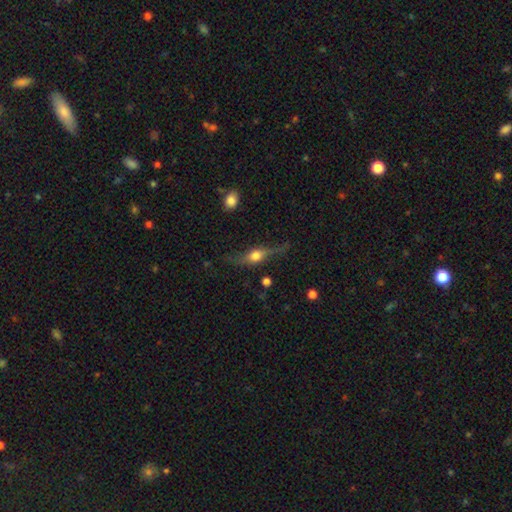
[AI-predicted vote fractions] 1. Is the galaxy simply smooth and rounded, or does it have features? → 68% featured or disk, 24% smooth, 8% star or artifact.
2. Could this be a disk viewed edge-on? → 87% yes, 13% no.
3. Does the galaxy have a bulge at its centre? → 93% rounded, 5% boxy, 2% none.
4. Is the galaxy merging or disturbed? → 68% none, 20% minor disturbance, 10% major disturbance, 3% merger.